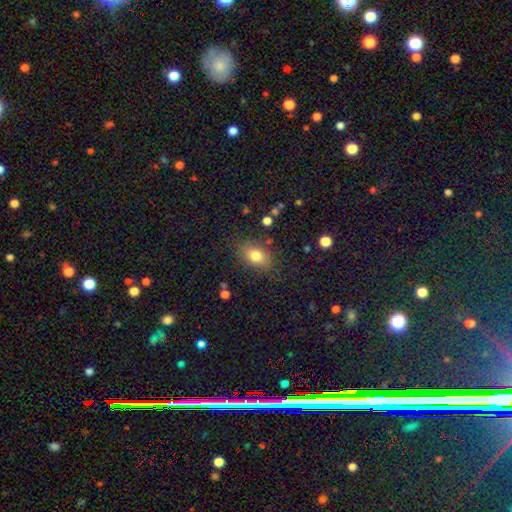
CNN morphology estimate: smooth 78%, featured or disk 12%, star or artifact 10%. Down the decision tree: how rounded — in between (78%); merging — none (81%).